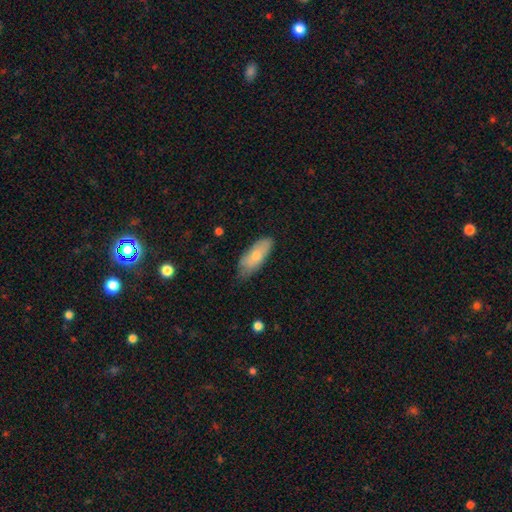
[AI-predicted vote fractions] smooth_or_featured: smooth (p=0.73) [alt: featured or disk p=0.21]
how_rounded: in between (p=0.80) [alt: cigar-shaped p=0.18]
merging: none (p=0.61) [alt: minor disturbance p=0.32]